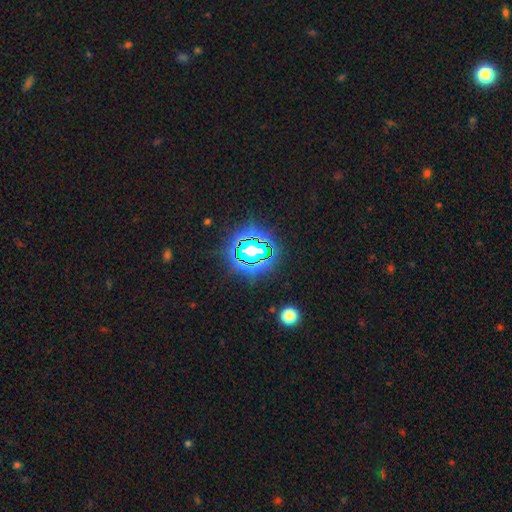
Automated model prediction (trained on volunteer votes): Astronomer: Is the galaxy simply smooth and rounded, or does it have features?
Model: star or artifact — 82%.